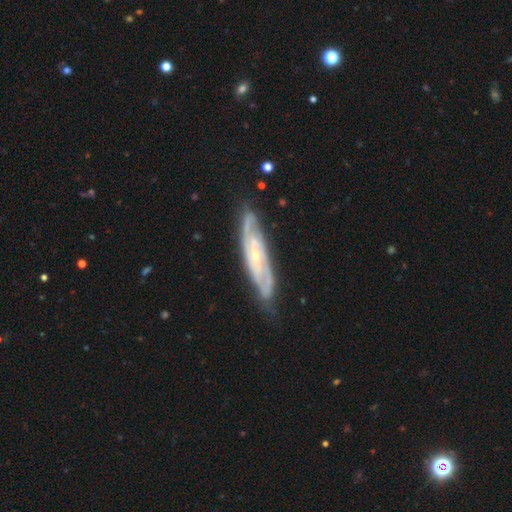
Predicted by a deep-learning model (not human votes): A featured or disk galaxy (83%) with no bar (66%), 2 (41%) tight (60%) spiral arms (93%) and a small central bulge (74%).

Vote fractions:
- Smooth or featured? featured or disk: 83% / smooth: 11% / star or artifact: 6%
- Edge-on disk? no: 74% / yes: 26%
- Bar? no: 66% / weak: 26% / strong: 8%
- Spiral arms? yes: 93% / no: 7%
- Spiral winding? tight: 60% / medium: 33% / loose: 7%
- Spiral arm count? 2: 41% / can't tell: 31% / 3: 15% / 4: 5% / 1: 3% / more than 4: 3%
- Bulge size? small: 74% / moderate: 22% / none: 2% / large: 1% / dominant: 1%
- Merging? none: 77% / minor disturbance: 17% / major disturbance: 4% / merger: 2%